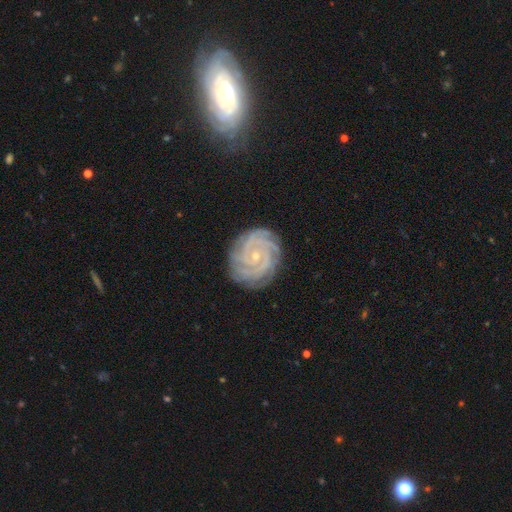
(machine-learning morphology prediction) featured or disk 90%, star or artifact 6%, smooth 4%. Down the decision tree: edge-on disk — no (98%); bar — no (70%); spiral arms — yes (99%); spiral arm count — 4 (29%); spiral winding — tight (85%); bulge size — small (79%); merging — none (84%).